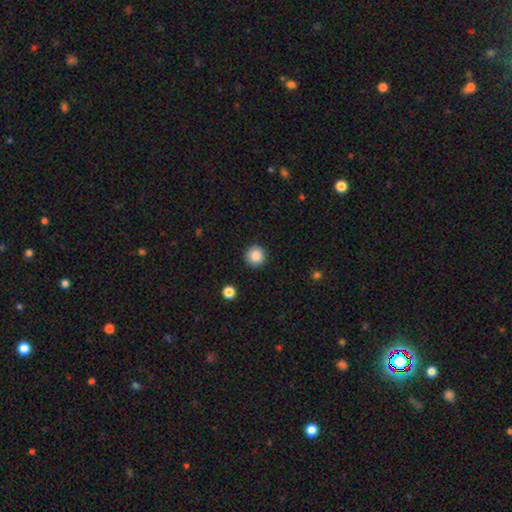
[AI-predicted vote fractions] Smooth or featured?
  - smooth: 87% *
  - star or artifact: 9%
  - featured or disk: 4%
How rounded?
  - round: 95% *
  - in between: 4%
  - cigar-shaped: 1%
Merging?
  - none: 91% *
  - minor disturbance: 6%
  - major disturbance: 2%
  - merger: 1%